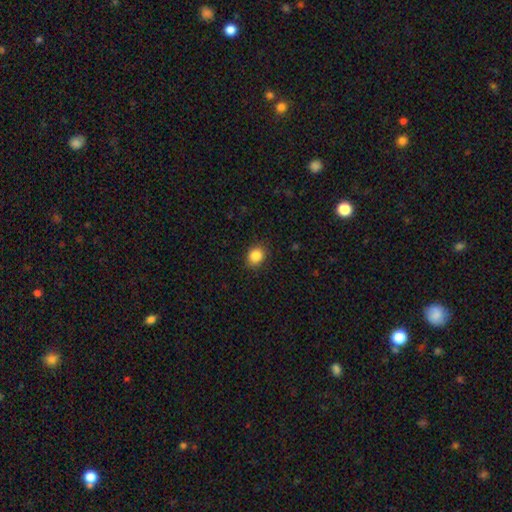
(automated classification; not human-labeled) This is clearly a smooth galaxy (86%). How rounded: likely round (64%). Merging: clearly none (88%).